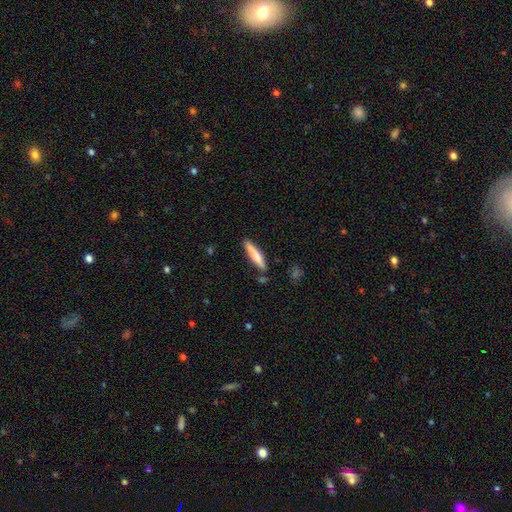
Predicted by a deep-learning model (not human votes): Smooth or featured: smooth — 71% (featured or disk — 24%)
How rounded: cigar-shaped — 88% (in between — 11%)
Merging: none — 81% (minor disturbance — 13%)